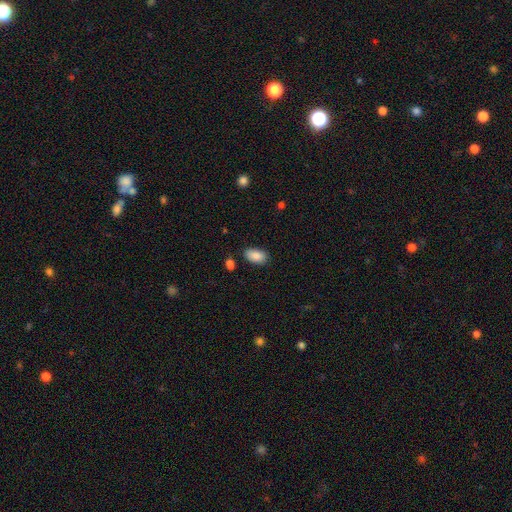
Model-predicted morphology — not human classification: Smooth or featured?
  - smooth: 88% *
  - star or artifact: 7%
  - featured or disk: 5%
How rounded?
  - in between: 94% *
  - round: 4%
  - cigar-shaped: 2%
Merging?
  - none: 83% *
  - minor disturbance: 12%
  - major disturbance: 3%
  - merger: 3%